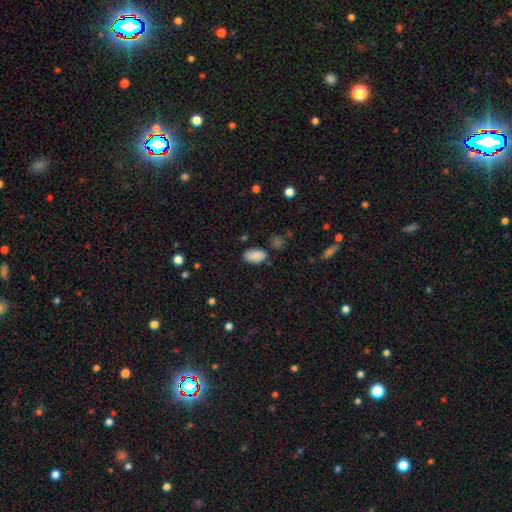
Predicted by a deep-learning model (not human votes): This appears to be a smooth galaxy with no disk features (87%) that is in between round and cigar-shaped (94%). Merging: none (78%).